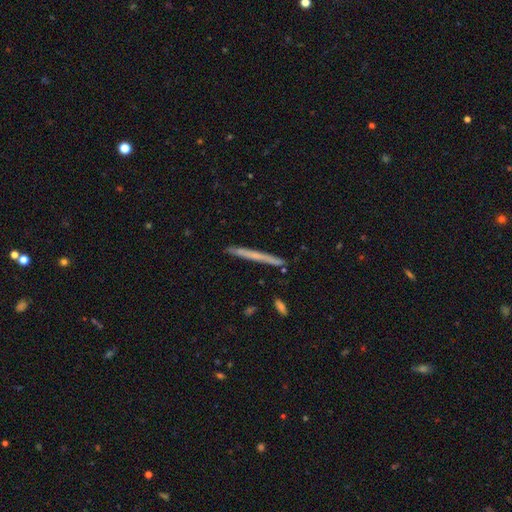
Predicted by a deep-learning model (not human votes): A smooth galaxy with no disk features (51%) that is cigar-shaped (97%). Merging: none (89%).